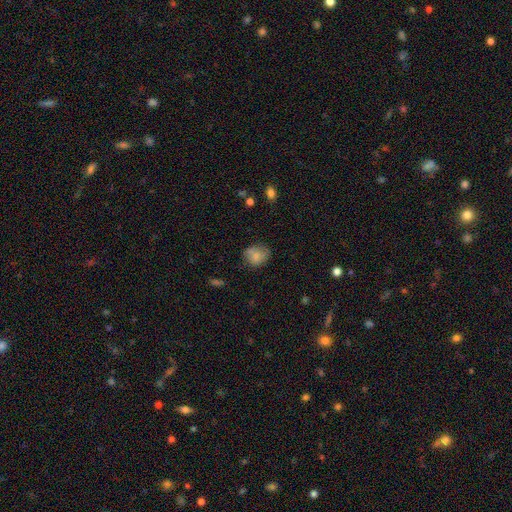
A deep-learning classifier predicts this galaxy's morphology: smooth-or-featured: smooth: 75% | featured or disk: 16% | star or artifact: 9%
  how-rounded: round: 60% | in between: 39% | cigar-shaped: 1%
  merging: none: 59% | minor disturbance: 26% | major disturbance: 8% | merger: 7%